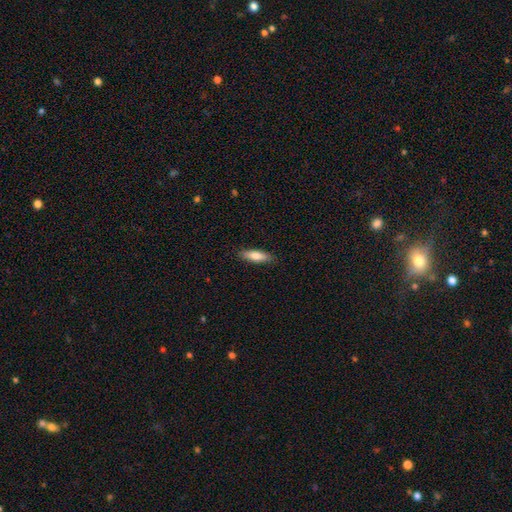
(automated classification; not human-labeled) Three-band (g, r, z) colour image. It shows a smooth galaxy with no disk features (78%) that is cigar-shaped (56%). Merging: none (88%).